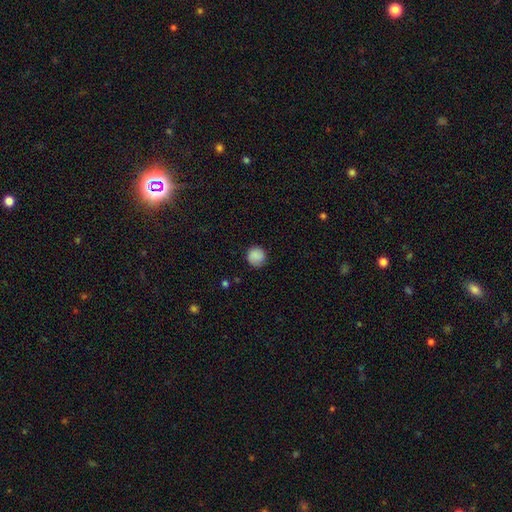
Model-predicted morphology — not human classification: The model was most divided on "merging": none: 83%, minor disturbance: 12%, major disturbance: 3%, merger: 1%. More confident: how rounded — round (92%); smooth or featured — smooth (85%).